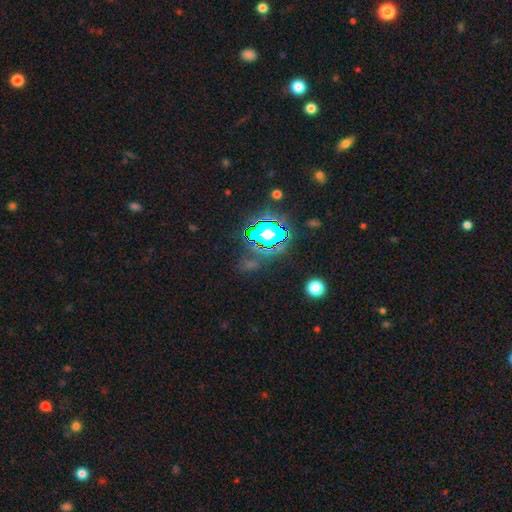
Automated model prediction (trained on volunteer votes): Smooth or featured? Predicted: star or artifact (p=0.80).